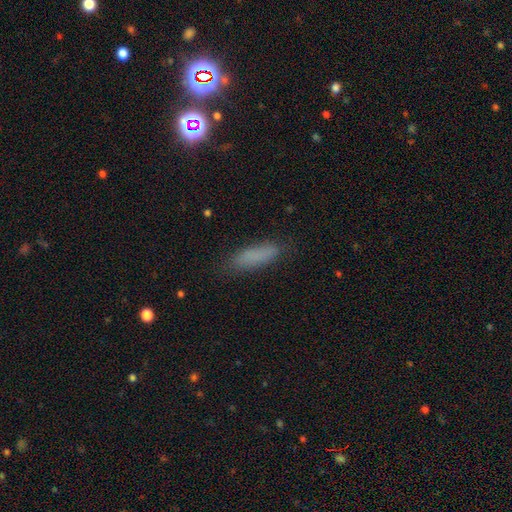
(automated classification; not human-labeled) The model was most divided on "how rounded": cigar-shaped: 61%, in between: 37%, round: 2%. More confident: merging — none (82%); smooth or featured — smooth (81%).